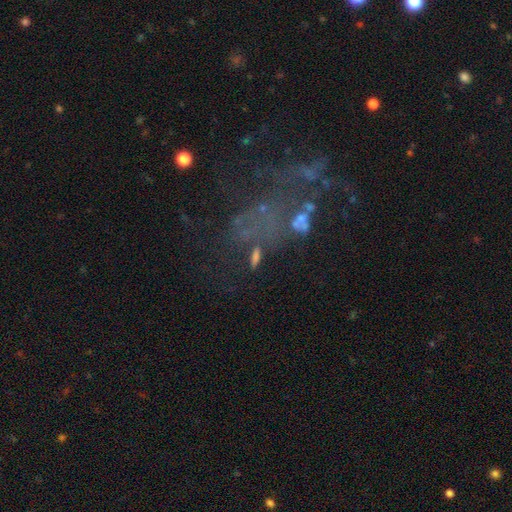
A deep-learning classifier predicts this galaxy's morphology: Q: Smooth or featured?
A: featured or disk (34%); runner-up: smooth (33%)
Q: Merging?
A: none (36%); runner-up: major disturbance (30%)